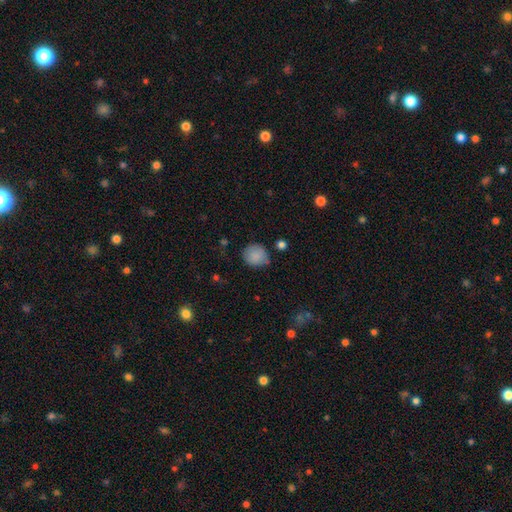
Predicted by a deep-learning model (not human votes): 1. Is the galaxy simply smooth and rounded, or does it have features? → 86% smooth, 8% star or artifact, 6% featured or disk.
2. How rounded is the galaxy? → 83% round, 16% in between, 1% cigar-shaped.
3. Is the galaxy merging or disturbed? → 72% none, 21% minor disturbance, 4% major disturbance, 3% merger.